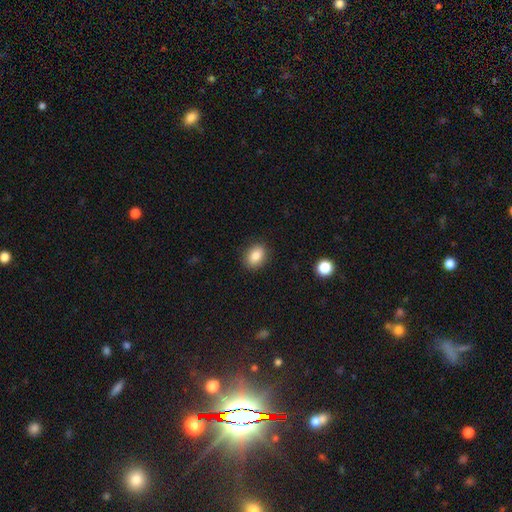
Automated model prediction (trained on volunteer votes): A smooth galaxy with no disk features (85%) that is in between round and cigar-shaped (70%). Merging: none (88%).